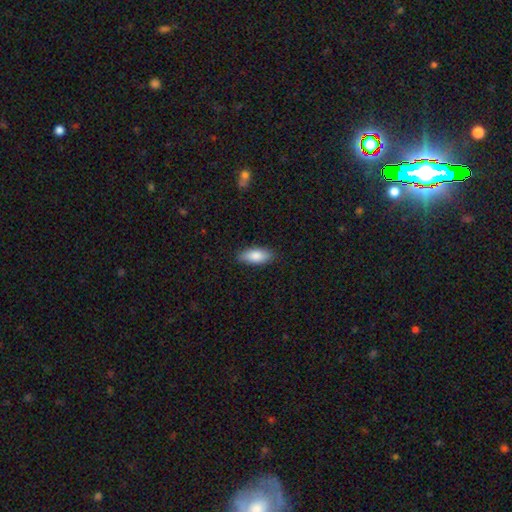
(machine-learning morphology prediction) Smooth or featured?
  - smooth: 85% *
  - featured or disk: 9%
  - star or artifact: 6%
How rounded?
  - in between: 81% *
  - cigar-shaped: 17%
  - round: 2%
Merging?
  - none: 87% *
  - minor disturbance: 10%
  - major disturbance: 2%
  - merger: 1%